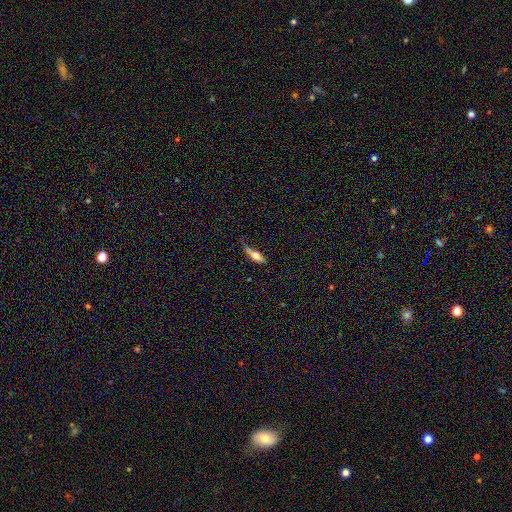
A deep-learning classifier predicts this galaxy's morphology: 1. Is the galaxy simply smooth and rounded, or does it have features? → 59% smooth, 34% featured or disk, 7% star or artifact.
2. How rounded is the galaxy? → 55% cigar-shaped, 41% in between, 3% round.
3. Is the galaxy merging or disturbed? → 46% none, 33% minor disturbance, 17% major disturbance, 4% merger.